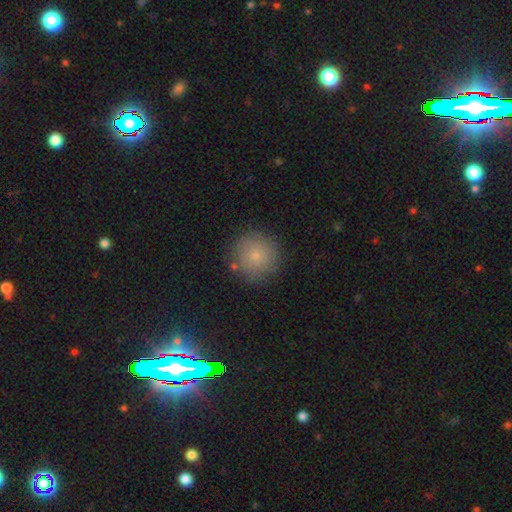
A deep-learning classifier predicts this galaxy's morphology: A smooth galaxy with no disk features (77%) that is round (95%).

Vote fractions:
- Smooth or featured? smooth: 77% / star or artifact: 11% / featured or disk: 11%
- How rounded? round: 95% / in between: 4% / cigar-shaped: 1%
- Merging? none: 84% / minor disturbance: 10% / major disturbance: 3% / merger: 3%